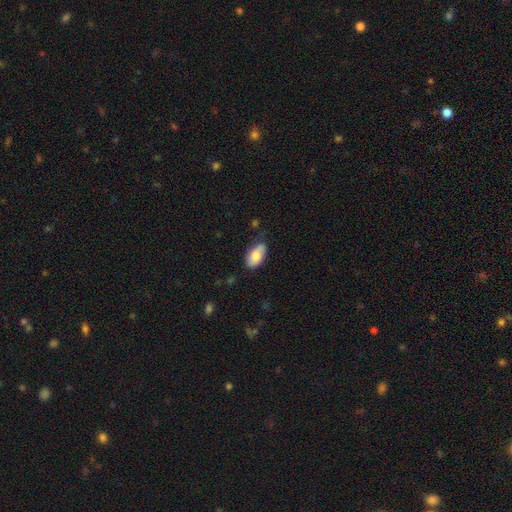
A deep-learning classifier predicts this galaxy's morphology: Q: Smooth or featured?
A: smooth (76%); runner-up: featured or disk (18%)
Q: How rounded?
A: in between (94%); runner-up: round (3%)
Q: Merging?
A: none (71%); runner-up: minor disturbance (23%)